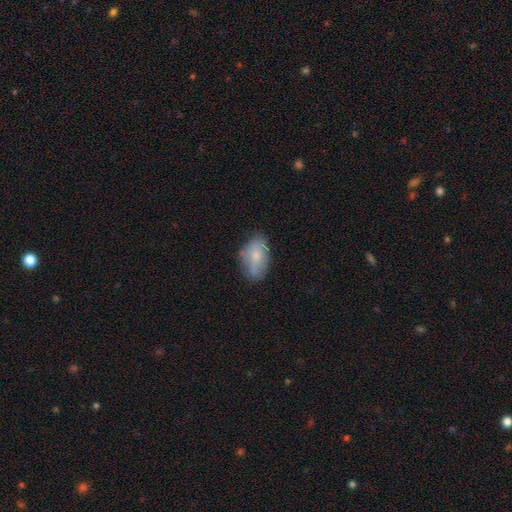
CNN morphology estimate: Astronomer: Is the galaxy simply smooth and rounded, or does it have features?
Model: smooth — 71%.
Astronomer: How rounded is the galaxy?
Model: in between — 92%.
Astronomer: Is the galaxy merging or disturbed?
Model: none — 67%.